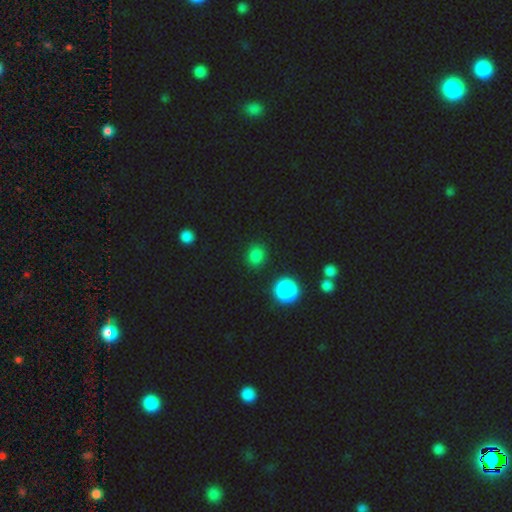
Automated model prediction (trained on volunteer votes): A smooth galaxy with no disk features (80%) that is round (77%). Merging: none (87%).